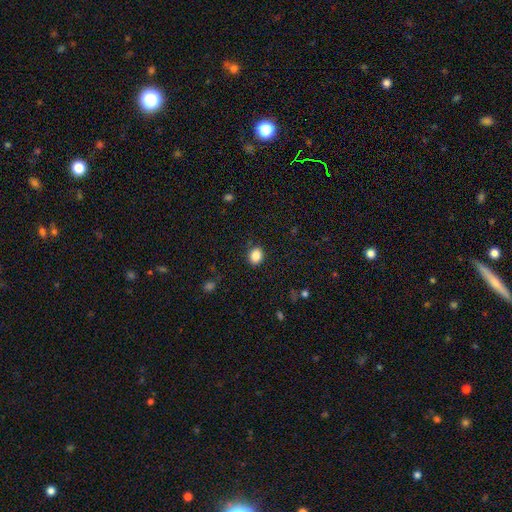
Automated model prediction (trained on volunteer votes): This appears to be a smooth galaxy with no disk features (86%) that is round (58%). Merging: none (89%).